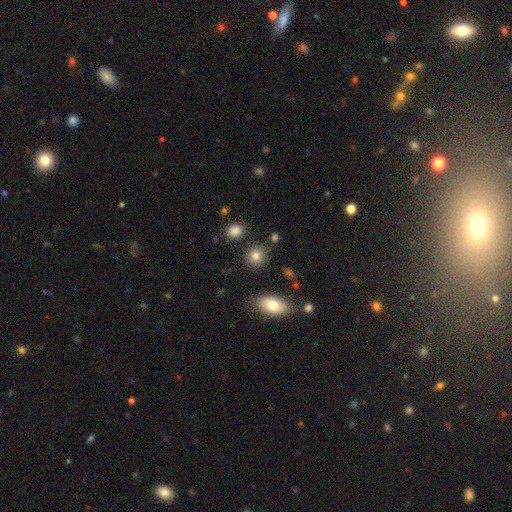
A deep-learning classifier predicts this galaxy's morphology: smooth-or-featured: smooth: 83% | star or artifact: 10% | featured or disk: 7%
  how-rounded: round: 83% | in between: 16% | cigar-shaped: 1%
  merging: none: 86% | minor disturbance: 8% | merger: 3% | major disturbance: 3%